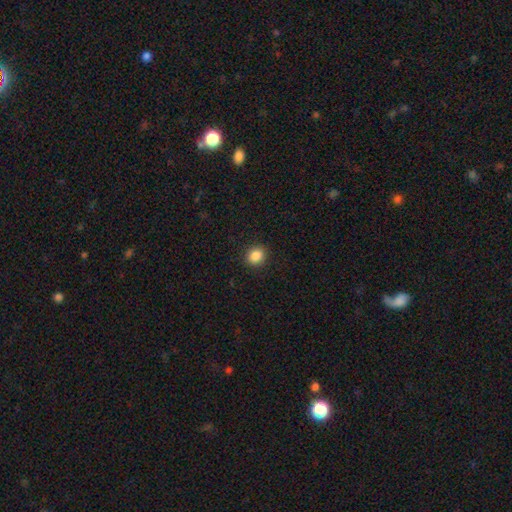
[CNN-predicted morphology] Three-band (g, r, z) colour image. It shows a smooth galaxy with no disk features (87%) that is round (73%). Merging: none (91%).